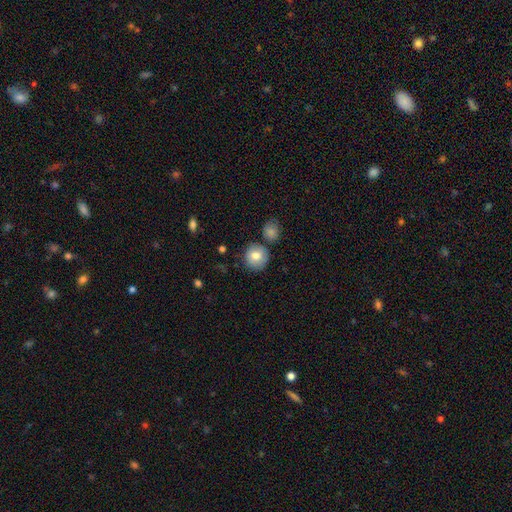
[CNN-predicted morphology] smooth-or-featured: smooth: 81% | featured or disk: 11% | star or artifact: 8%
  how-rounded: round: 90% | in between: 9% | cigar-shaped: 1%
  merging: none: 78% | minor disturbance: 11% | merger: 8% | major disturbance: 3%